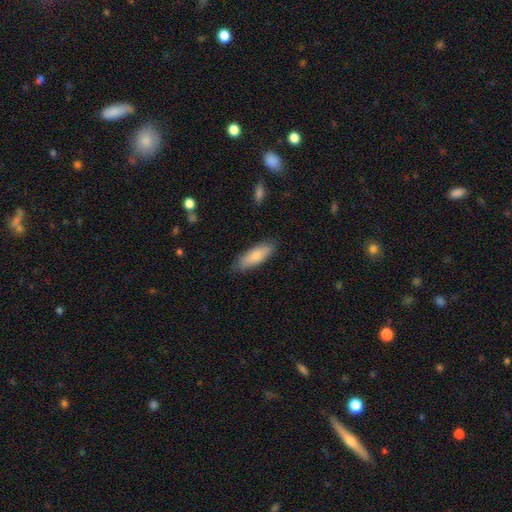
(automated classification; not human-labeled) smooth-or-featured: smooth: 81% | featured or disk: 13% | star or artifact: 6%
  how-rounded: in between: 61% | cigar-shaped: 37% | round: 2%
  merging: none: 81% | minor disturbance: 15% | major disturbance: 3% | merger: 1%